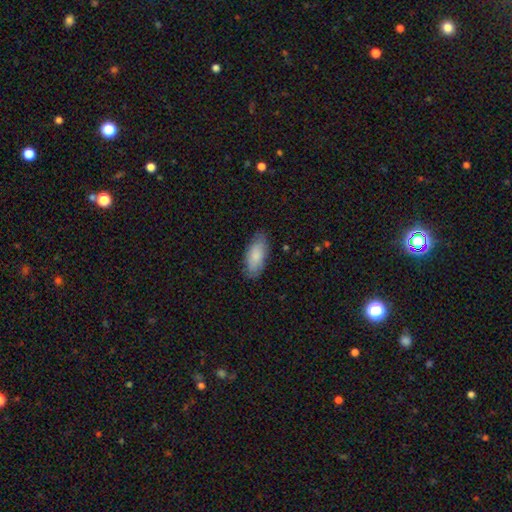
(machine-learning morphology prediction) Overall: smooth (83%). How rounded: in between (87%). Merging: none (83%).